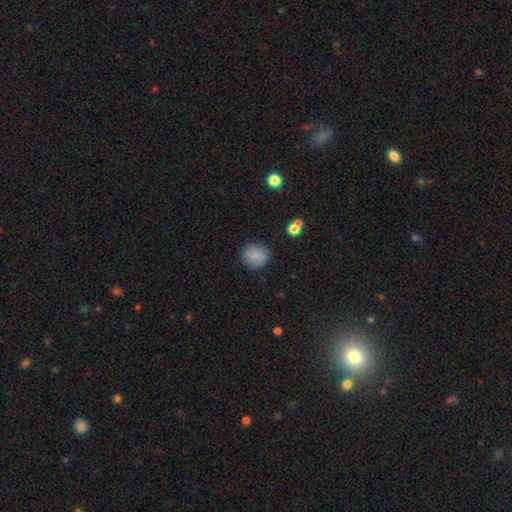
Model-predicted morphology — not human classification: This is clearly a smooth galaxy (81%). How rounded: clearly round (90%). Merging: clearly none (85%).